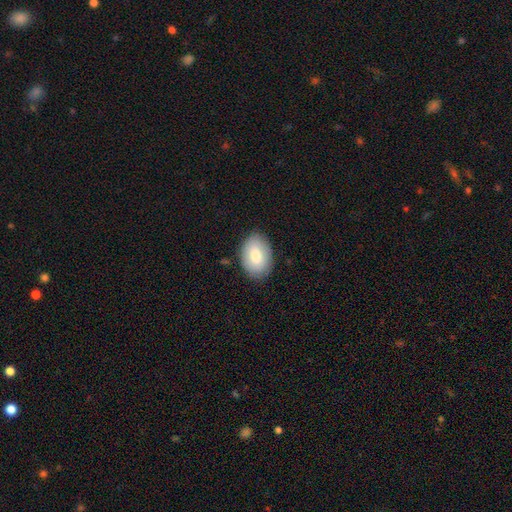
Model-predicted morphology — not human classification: smooth-or-featured: smooth: 75% | featured or disk: 18% | star or artifact: 7%
  how-rounded: in between: 85% | round: 14% | cigar-shaped: 1%
  merging: none: 85% | minor disturbance: 12% | major disturbance: 3% | merger: 1%